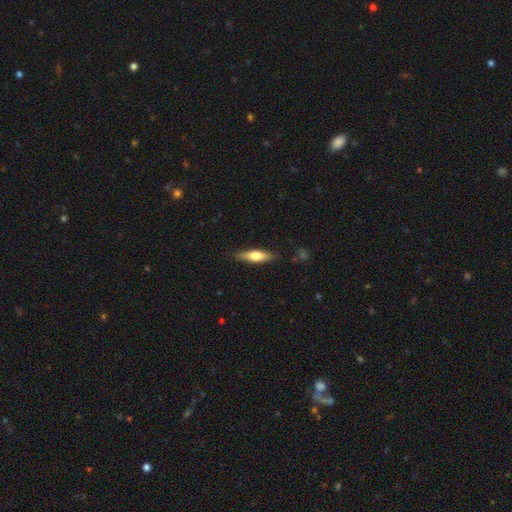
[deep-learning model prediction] This appears to be a smooth galaxy with no disk features (58%) that is cigar-shaped (61%). Merging: none (85%).